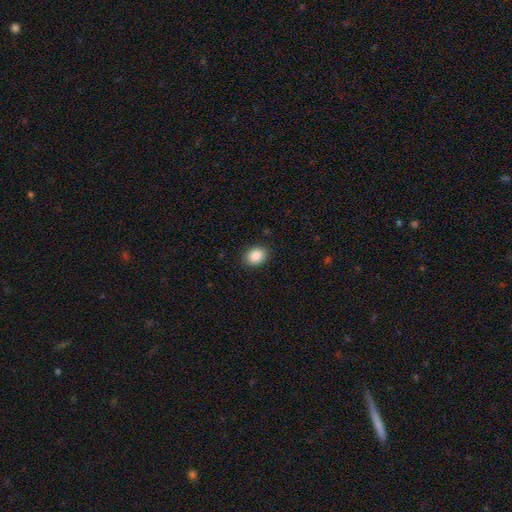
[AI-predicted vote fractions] The model was most divided on "how rounded": in between: 55%, round: 44%, cigar-shaped: 1%. More confident: merging — none (89%); smooth or featured — smooth (88%).